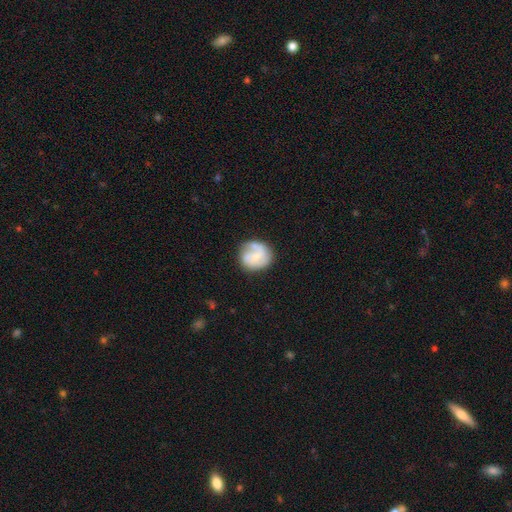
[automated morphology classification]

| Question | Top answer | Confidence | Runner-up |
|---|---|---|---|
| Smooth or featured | featured or disk | 55% | smooth (38%) |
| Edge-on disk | no | 98% | yes (2%) |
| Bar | no | 59% | weak (34%) |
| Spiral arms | yes | 80% | no (20%) |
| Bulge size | small | 52% | moderate (27%) |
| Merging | none | 62% | minor disturbance (21%) |